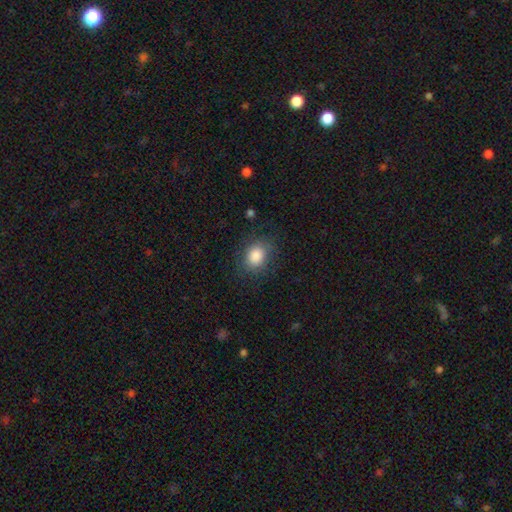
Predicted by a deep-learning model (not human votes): Smooth or featured?
  - smooth: 84% *
  - star or artifact: 8%
  - featured or disk: 7%
How rounded?
  - in between: 50% *
  - round: 49%
  - cigar-shaped: 1%
Merging?
  - none: 76% *
  - minor disturbance: 16%
  - major disturbance: 7%
  - merger: 1%